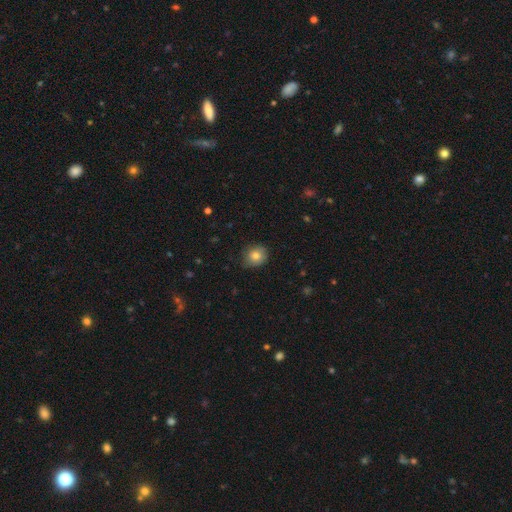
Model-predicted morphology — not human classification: Smooth or featured? smooth (80%)
How rounded? round (77%)
Merging? none (76%)